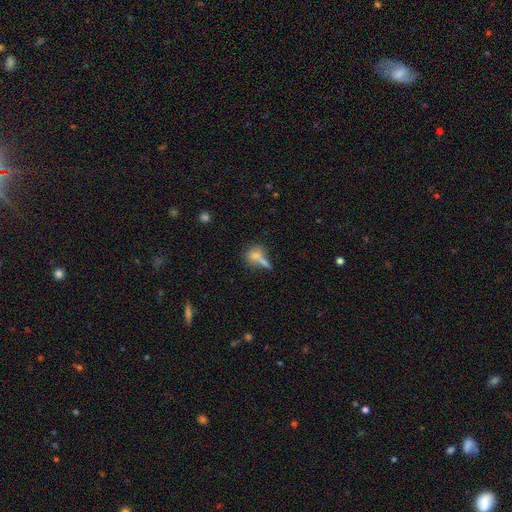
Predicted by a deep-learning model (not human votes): Smooth or featured? Predicted: smooth (p=0.69). How rounded? Predicted: round (p=0.43). Merging? Predicted: none (p=0.47).